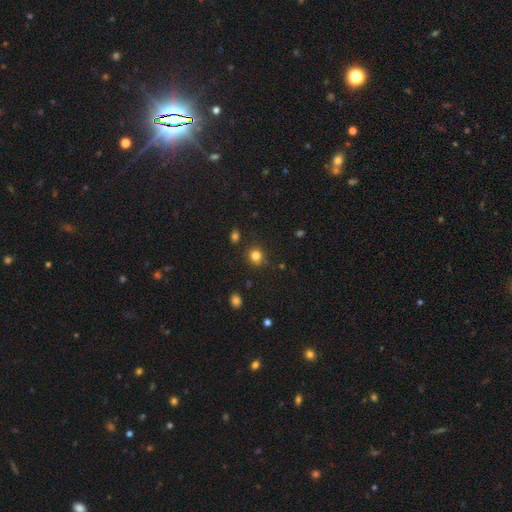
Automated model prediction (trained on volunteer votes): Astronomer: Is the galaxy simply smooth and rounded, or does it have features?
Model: smooth — 80%.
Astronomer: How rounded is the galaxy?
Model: round — 86%.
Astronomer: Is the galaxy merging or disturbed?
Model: none — 85%.